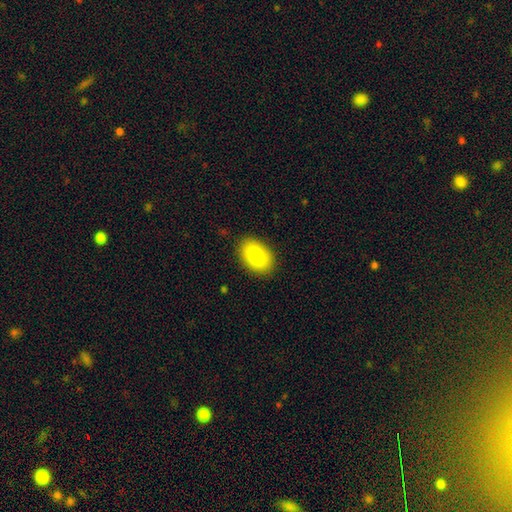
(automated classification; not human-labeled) This is clearly a smooth galaxy (83%). How rounded: clearly in between (89%). Merging: clearly none (87%).